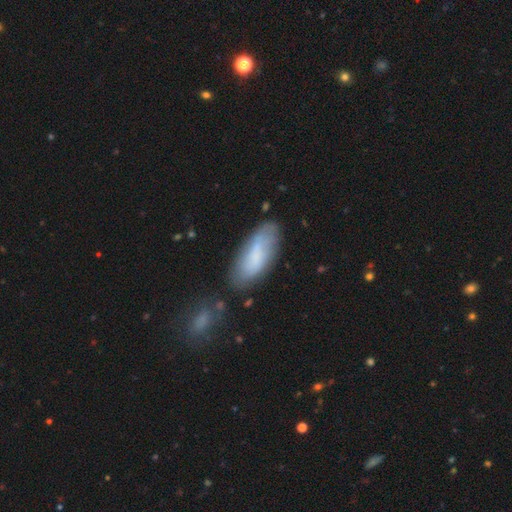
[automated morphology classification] A smooth galaxy with no disk features (73%) that is in between round and cigar-shaped (75%). Merging: none (68%).